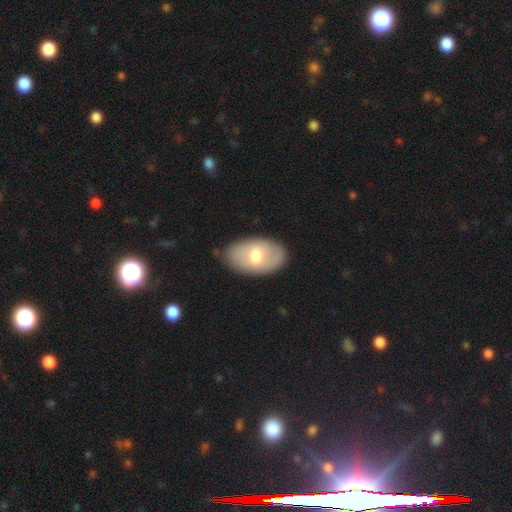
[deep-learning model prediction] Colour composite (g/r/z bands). It shows a smooth galaxy with no disk features (63%) that is in between round and cigar-shaped (93%). Merging: none (81%).